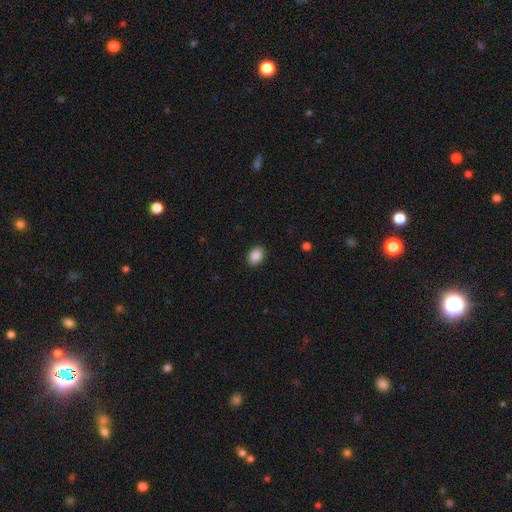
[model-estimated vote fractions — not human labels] This is clearly a smooth galaxy (89%). How rounded: likely in between (73%). Merging: clearly none (90%).